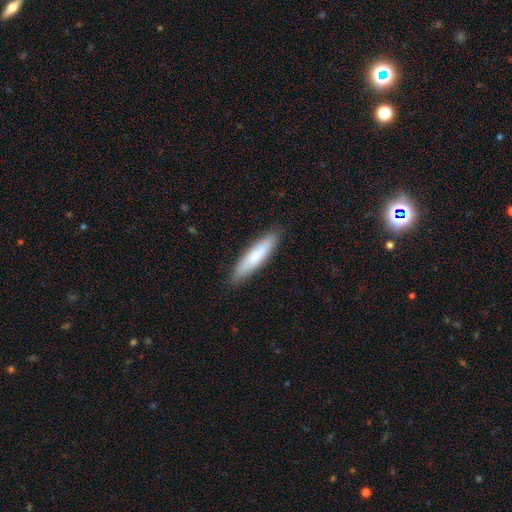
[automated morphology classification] smooth_or_featured: smooth (p=0.79) [alt: featured or disk p=0.16]
how_rounded: cigar-shaped (p=0.81) [alt: in between p=0.18]
merging: none (p=0.88) [alt: minor disturbance p=0.09]